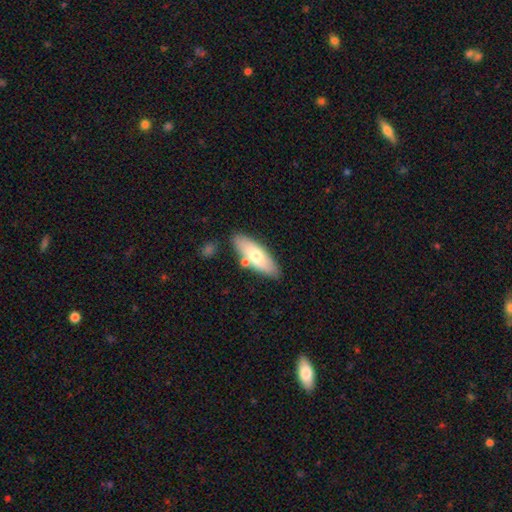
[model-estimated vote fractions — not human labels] smooth 65%, featured or disk 29%, star or artifact 6%. Down the decision tree: how rounded — in between (65%); merging — none (76%).